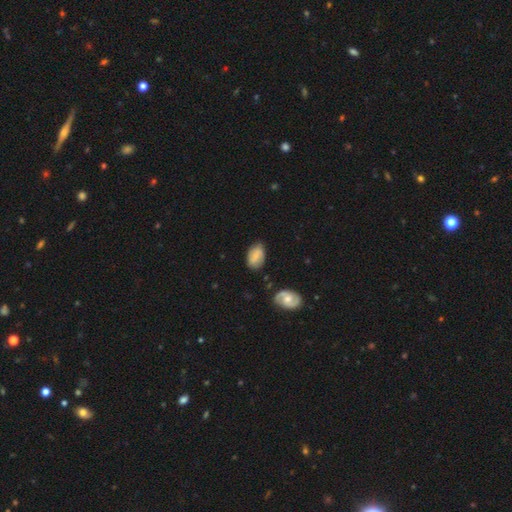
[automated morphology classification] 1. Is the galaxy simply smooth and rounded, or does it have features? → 67% smooth, 25% featured or disk, 8% star or artifact.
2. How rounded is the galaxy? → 90% in between, 8% round, 2% cigar-shaped.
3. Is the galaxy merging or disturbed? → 72% none, 21% minor disturbance, 4% major disturbance, 3% merger.